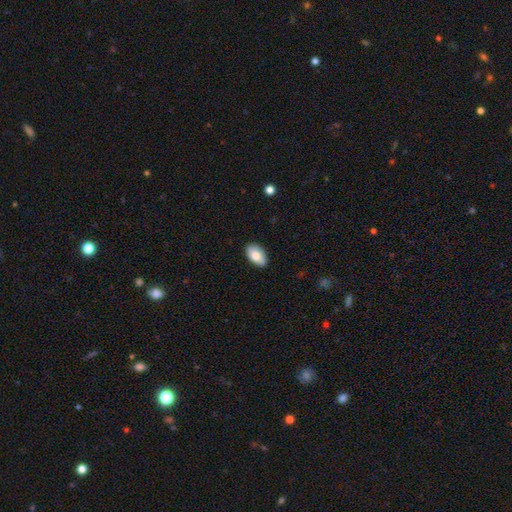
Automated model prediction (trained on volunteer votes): Smooth or featured? Predicted: smooth (p=0.84). How rounded? Predicted: in between (p=0.95). Merging? Predicted: none (p=0.88).